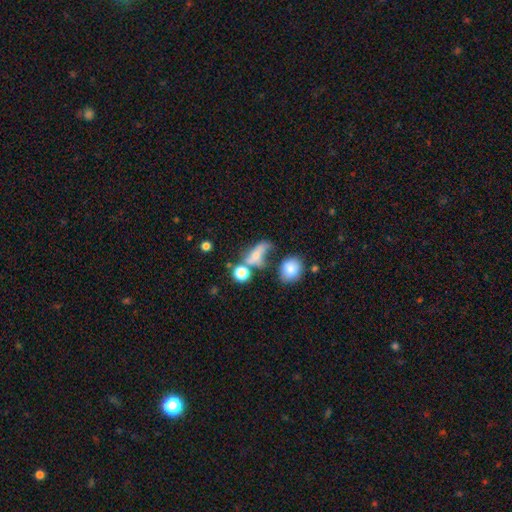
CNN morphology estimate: A smooth galaxy with no disk features (58%) that is in between round and cigar-shaped (57%). Merging: none (33%).